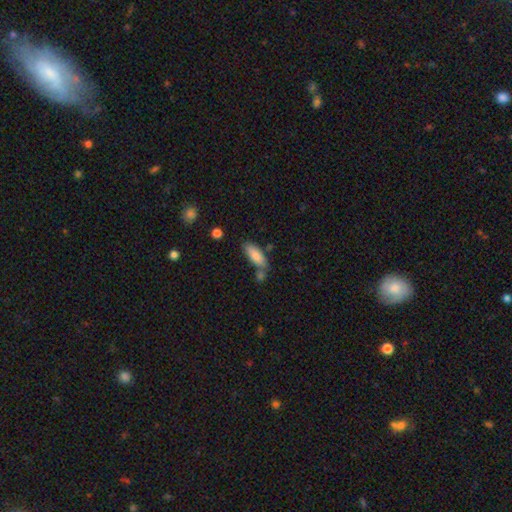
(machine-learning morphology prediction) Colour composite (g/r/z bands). It shows a smooth galaxy with no disk features (83%) that is in between round and cigar-shaped (70%). Merging: none (63%).